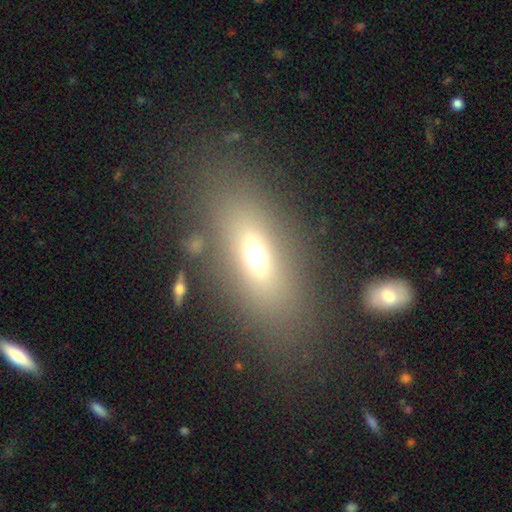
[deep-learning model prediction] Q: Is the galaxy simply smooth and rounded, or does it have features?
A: smooth — 59%.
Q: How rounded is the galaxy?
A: in between — 70%.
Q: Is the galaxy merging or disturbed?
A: none — 76%.